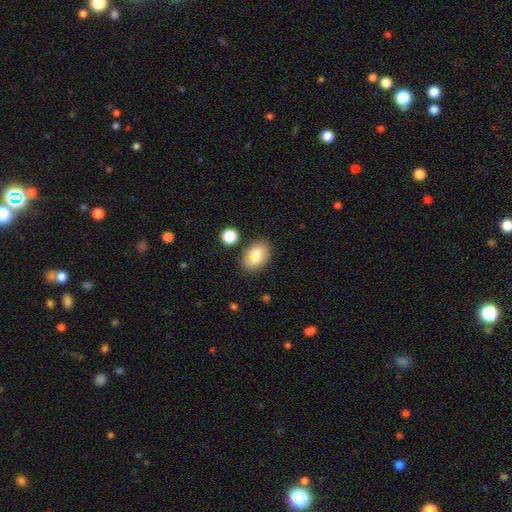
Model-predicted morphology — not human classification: This appears to be a smooth galaxy with no disk features (75%) that is in between round and cigar-shaped (82%). Merging: none (73%).